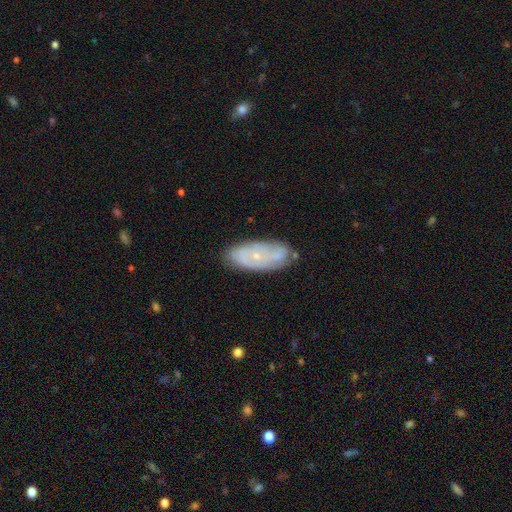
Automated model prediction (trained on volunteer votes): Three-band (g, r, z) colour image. It shows a featured or disk galaxy (62%) with no bar (79%), spiral arms (69%) and a small central bulge (78%). Merging: none (76%).